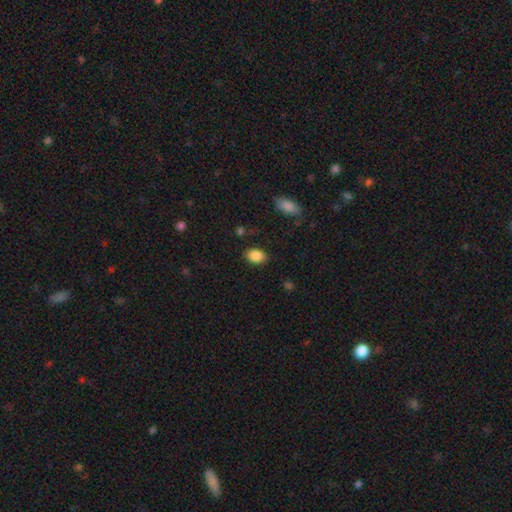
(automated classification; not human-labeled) Smooth or featured?
  - smooth: 87% *
  - star or artifact: 8%
  - featured or disk: 5%
How rounded?
  - in between: 79% *
  - round: 20%
  - cigar-shaped: 1%
Merging?
  - none: 84% *
  - minor disturbance: 11%
  - major disturbance: 3%
  - merger: 2%